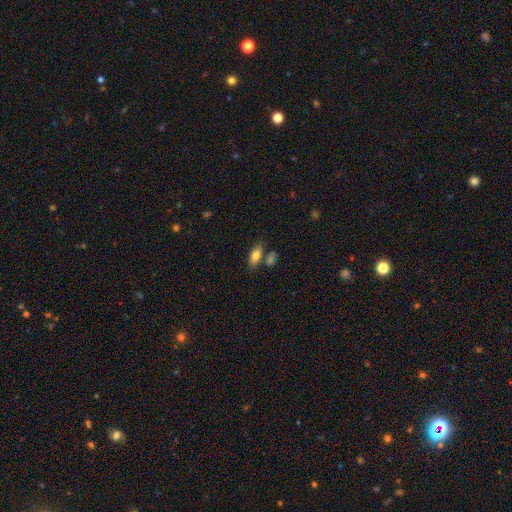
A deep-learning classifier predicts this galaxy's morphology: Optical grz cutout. It shows a smooth galaxy with no disk features (80%) that is in between round and cigar-shaped (80%). Merging: none (67%).